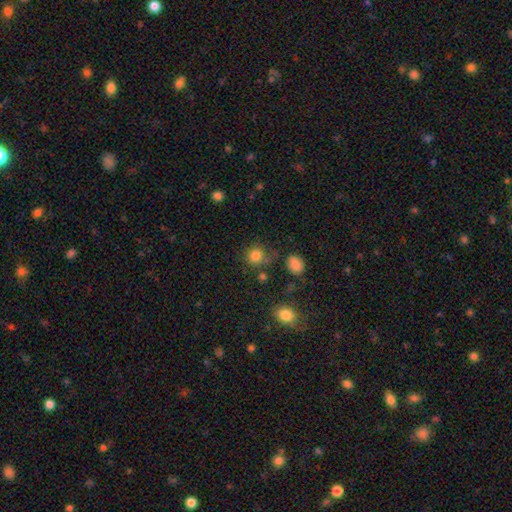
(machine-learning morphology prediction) smooth_or_featured: smooth (p=0.82) [alt: star or artifact p=0.13]
how_rounded: round (p=0.88) [alt: in between p=0.11]
merging: none (p=0.73) [alt: minor disturbance p=0.13]